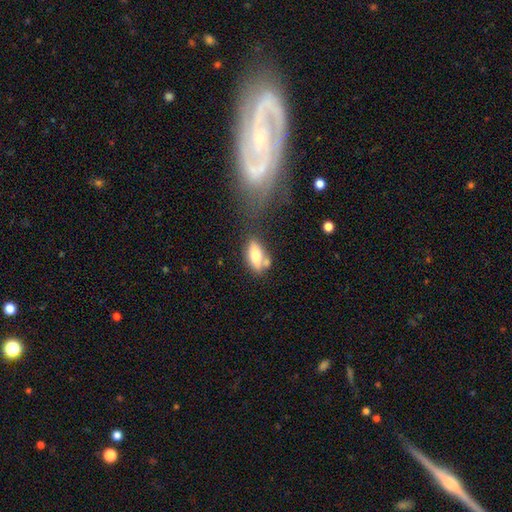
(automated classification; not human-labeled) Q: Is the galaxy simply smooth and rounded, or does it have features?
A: smooth — 68%.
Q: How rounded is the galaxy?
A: in between — 69%.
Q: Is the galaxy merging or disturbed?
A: none — 55%.